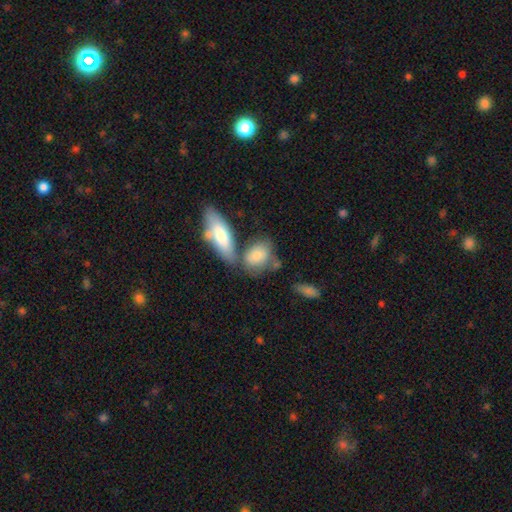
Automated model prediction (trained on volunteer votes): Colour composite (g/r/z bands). It shows a smooth galaxy with no disk features (77%) that is in between round and cigar-shaped (72%). Merging: none (43%).